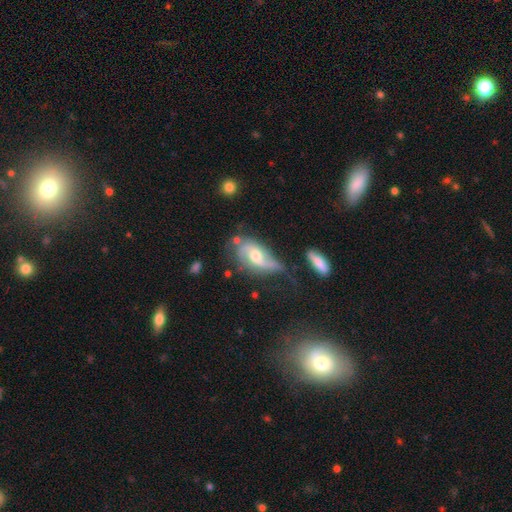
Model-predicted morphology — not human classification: smooth-or-featured: featured or disk: 77% | smooth: 16% | star or artifact: 7%
  disk-edge-on: no: 94% | yes: 6%
    bar: no: 54% | weak: 38% | strong: 8%
    has-spiral-arms: yes: 92% | no: 8%
      spiral-winding: loose: 53% | medium: 35% | tight: 12%
      spiral-arm-count: 2: 81% | can't tell: 8% | 1: 7% | 3: 3% | 4: 1% | more than 4: 1%
    bulge-size: moderate: 66% | small: 21% | large: 10% | none: 2% | dominant: 1%
  merging: none: 43% | minor disturbance: 26% | major disturbance: 19% | merger: 12%